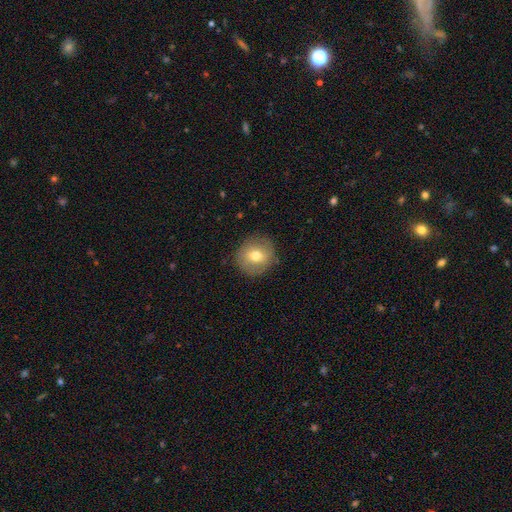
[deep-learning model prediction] A smooth galaxy with no disk features (69%) that is round (89%).

Vote fractions:
- Smooth or featured? smooth: 69% / featured or disk: 23% / star or artifact: 9%
- How rounded? round: 89% / in between: 10% / cigar-shaped: 1%
- Merging? none: 85% / minor disturbance: 10% / major disturbance: 3% / merger: 1%